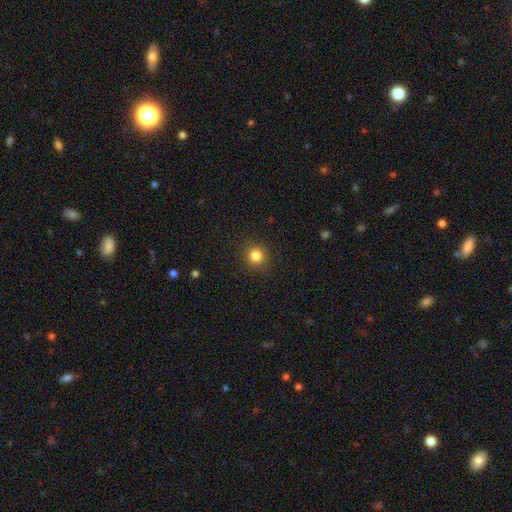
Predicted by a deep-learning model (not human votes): Smooth or featured: smooth — 83% (star or artifact — 12%)
How rounded: round — 91% (in between — 8%)
Merging: none — 91% (minor disturbance — 6%)